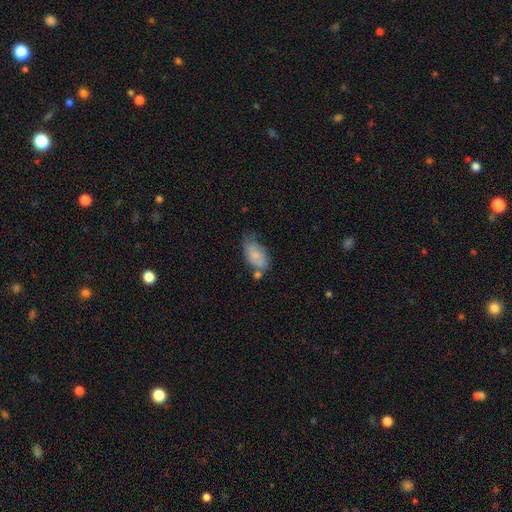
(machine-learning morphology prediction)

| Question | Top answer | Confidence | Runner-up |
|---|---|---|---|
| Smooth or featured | smooth | 75% | featured or disk (17%) |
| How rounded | in between | 93% | round (4%) |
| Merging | none | 40% | minor disturbance (34%) |